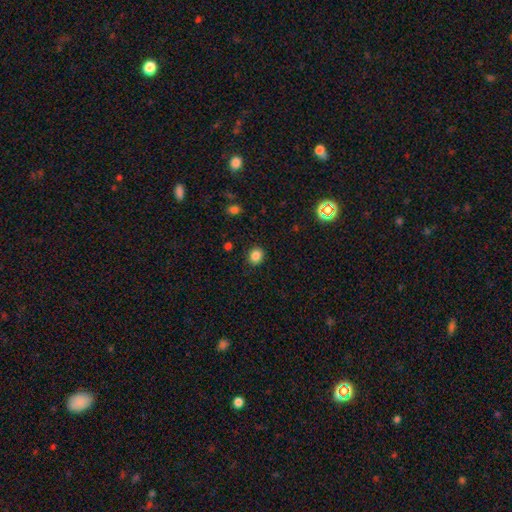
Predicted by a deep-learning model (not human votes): Smooth or featured? smooth (85%)
How rounded? round (73%)
Merging? none (89%)